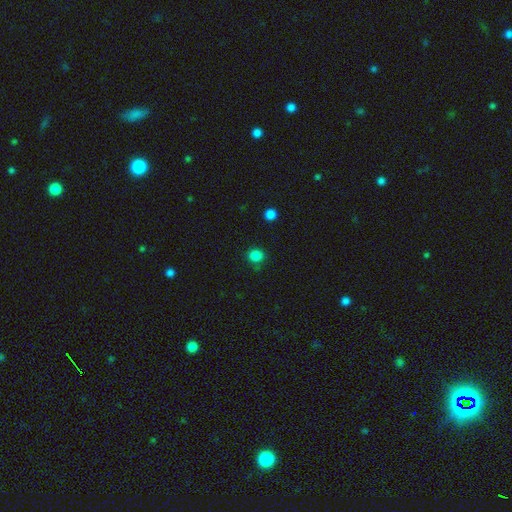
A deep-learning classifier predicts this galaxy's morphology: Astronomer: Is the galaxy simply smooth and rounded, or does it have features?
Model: smooth — 84%.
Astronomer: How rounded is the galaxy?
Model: round — 84%.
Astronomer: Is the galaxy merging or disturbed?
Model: none — 84%.